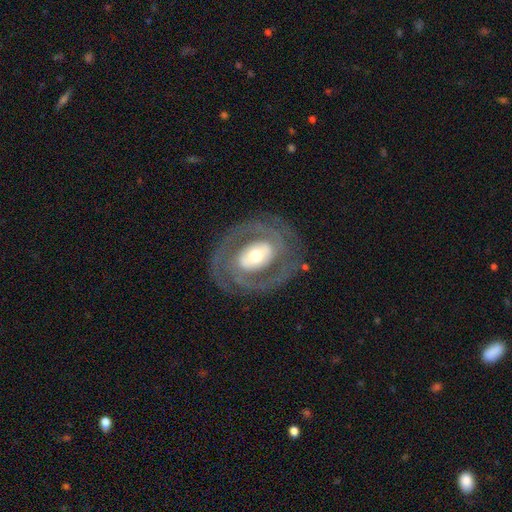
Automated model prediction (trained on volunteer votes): This appears to be a featured or disk galaxy (84%) with no bar (36%), 2 (75%) tight (58%) spiral arms (87%) and a moderate central bulge (57%). Merging: none (80%).